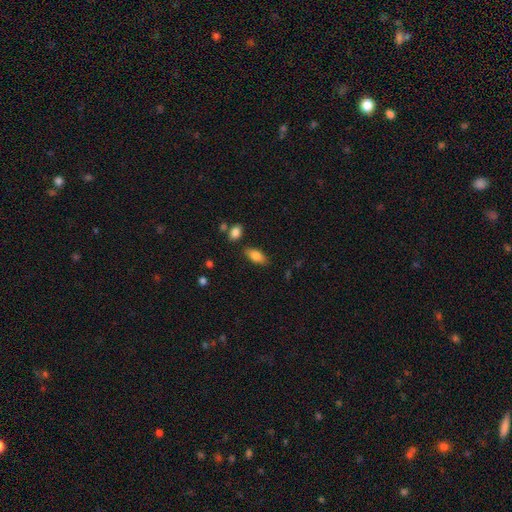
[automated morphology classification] This is clearly a smooth galaxy (83%). How rounded: clearly in between (87%). Merging: clearly none (82%).